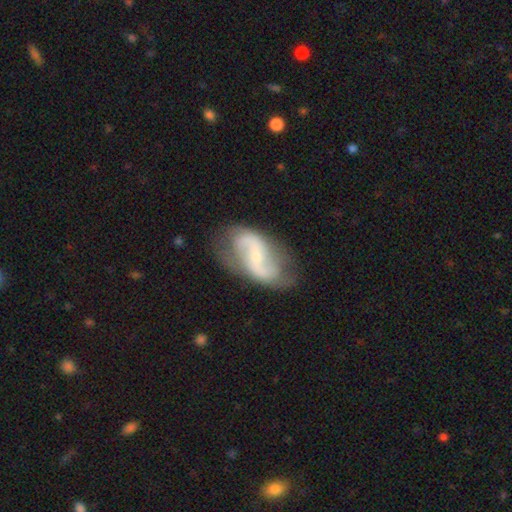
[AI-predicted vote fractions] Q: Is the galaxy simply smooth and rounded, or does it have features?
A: featured or disk — 81%.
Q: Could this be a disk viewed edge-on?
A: no — 97%.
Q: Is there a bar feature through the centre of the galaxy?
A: weak — 44%.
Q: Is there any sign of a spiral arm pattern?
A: yes — 93%.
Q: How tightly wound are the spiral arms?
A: loose — 55%.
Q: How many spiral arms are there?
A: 2 — 89%.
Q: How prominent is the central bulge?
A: small — 66%.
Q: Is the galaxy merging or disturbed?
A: none — 68%.